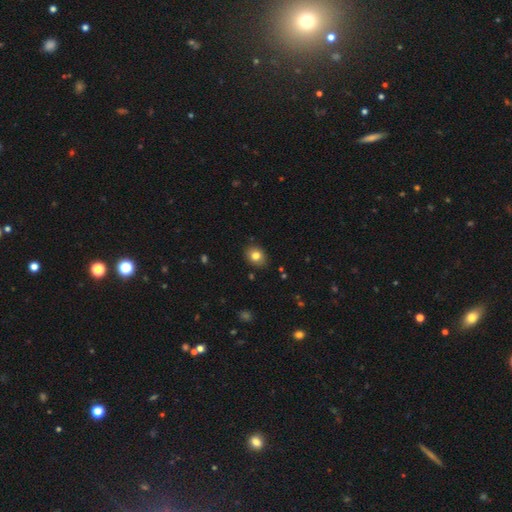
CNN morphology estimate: This appears to be a smooth galaxy with no disk features (81%) that is round (50%). Merging: none (87%).